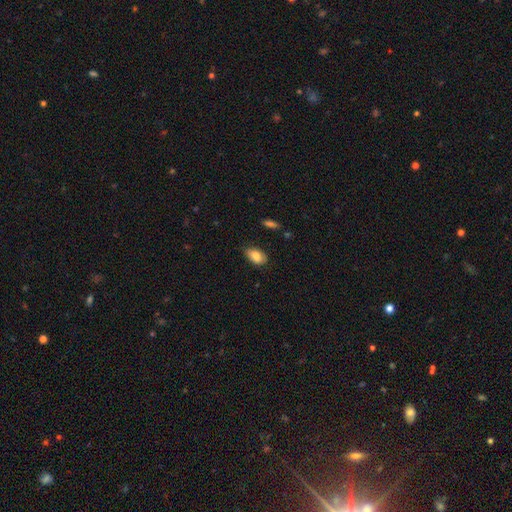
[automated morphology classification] This appears to be a smooth galaxy with no disk features (83%) that is in between round and cigar-shaped (92%). Merging: none (73%).